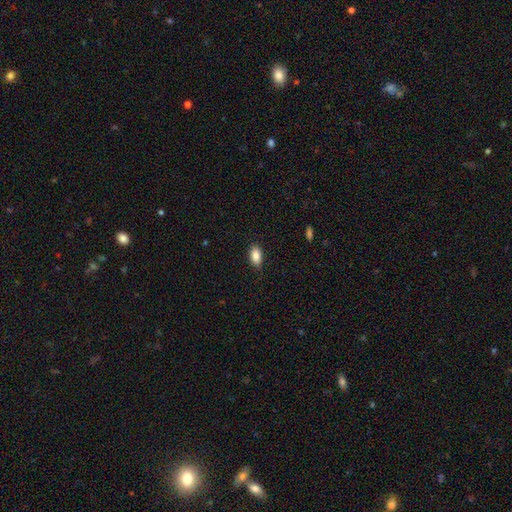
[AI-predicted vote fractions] This is clearly a smooth galaxy (87%). How rounded: clearly in between (92%). Merging: clearly none (86%).